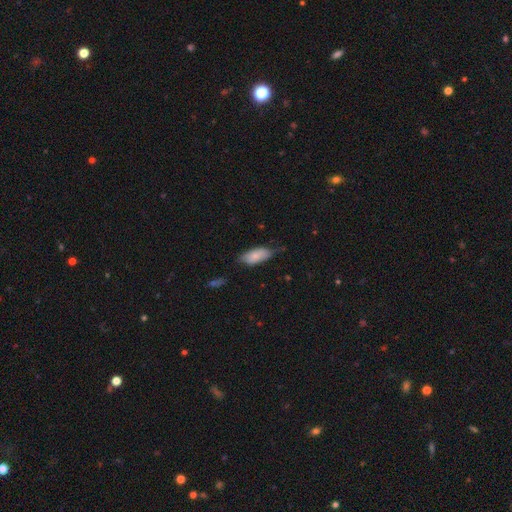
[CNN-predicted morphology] smooth 76%, featured or disk 18%, star or artifact 6%. Down the decision tree: how rounded — in between (88%); merging — none (58%).